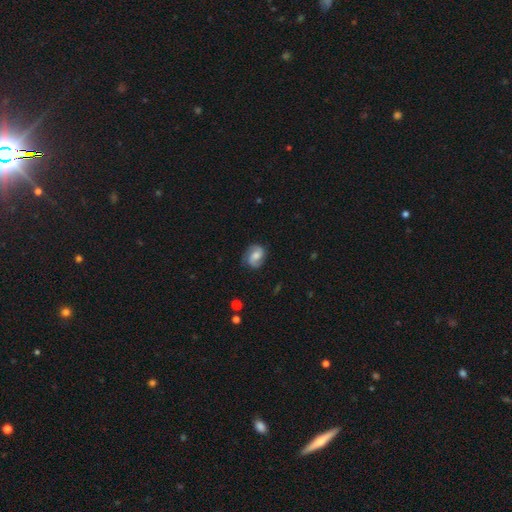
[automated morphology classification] A featured or disk galaxy (72%) with no bar (46%), 2 (88%) medium (47%) spiral arms (95%) and a moderate central bulge (52%). Merging: none (80%).